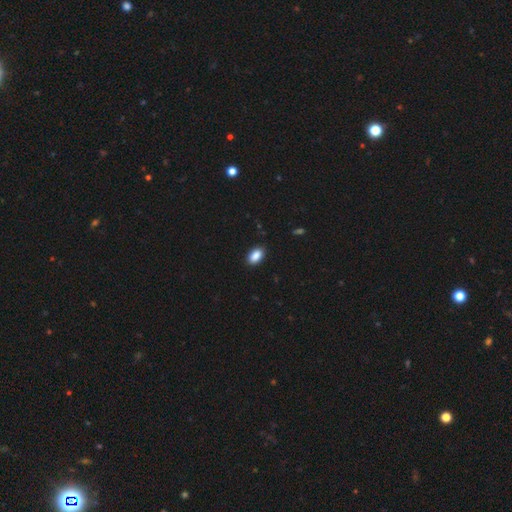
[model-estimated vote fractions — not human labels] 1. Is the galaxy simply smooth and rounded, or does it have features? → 89% smooth, 8% star or artifact, 3% featured or disk.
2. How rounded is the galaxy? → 92% in between, 6% round, 2% cigar-shaped.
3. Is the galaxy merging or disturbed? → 89% none, 8% minor disturbance, 2% major disturbance, 1% merger.